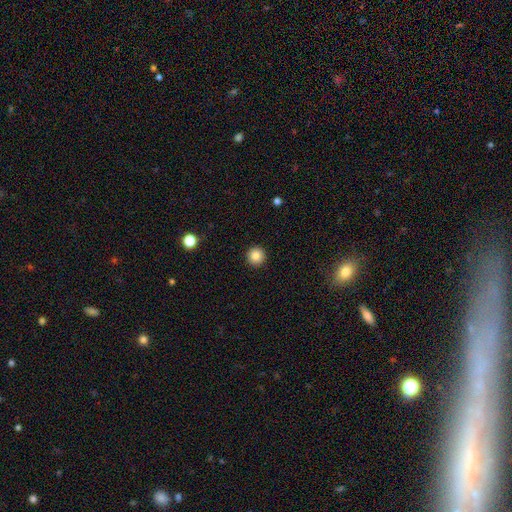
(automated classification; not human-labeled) Smooth or featured? Predicted: smooth (p=0.85). How rounded? Predicted: round (p=0.96). Merging? Predicted: none (p=0.93).